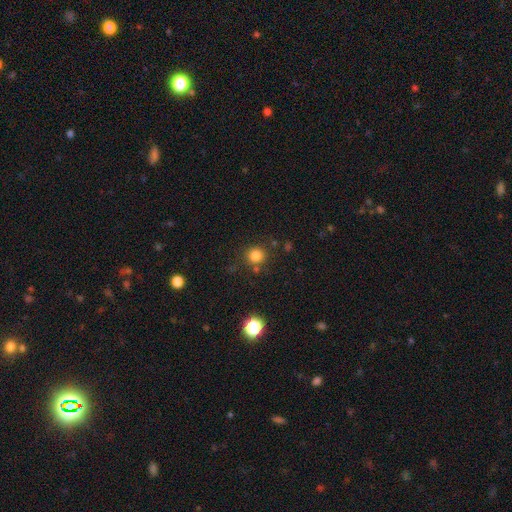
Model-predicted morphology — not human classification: A smooth galaxy with no disk features (82%) that is round (93%).

Vote fractions:
- Smooth or featured? smooth: 82% / star or artifact: 14% / featured or disk: 5%
- How rounded? round: 93% / in between: 6% / cigar-shaped: 1%
- Merging? none: 81% / minor disturbance: 9% / merger: 6% / major disturbance: 3%